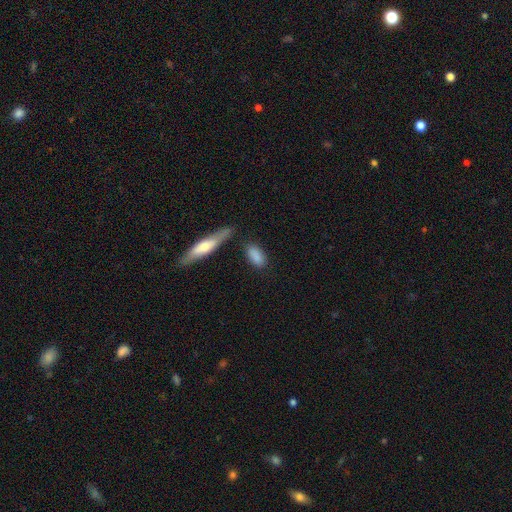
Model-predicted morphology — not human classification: Overall: smooth (85%). How rounded: in between (81%). Merging: none (72%).